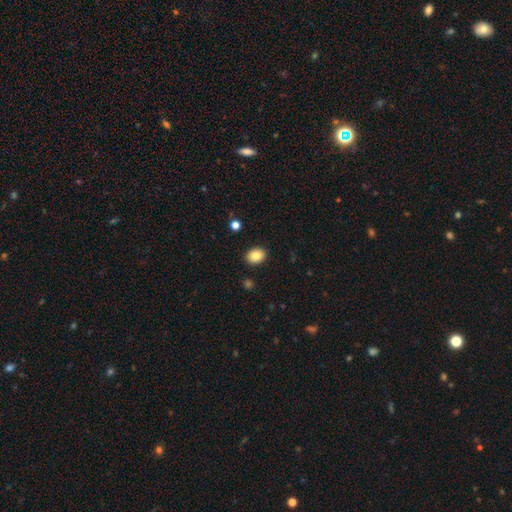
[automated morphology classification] Smooth or featured: smooth — 86% (star or artifact — 8%)
How rounded: in between — 68% (round — 31%)
Merging: none — 90% (minor disturbance — 7%)